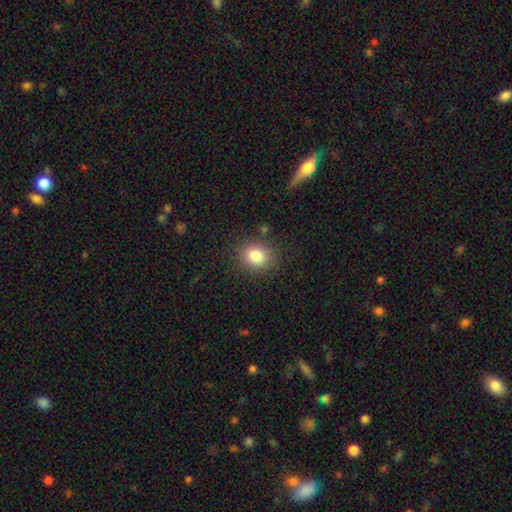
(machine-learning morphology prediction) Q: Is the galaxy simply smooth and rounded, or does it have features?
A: smooth — 83%.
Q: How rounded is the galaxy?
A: round — 71%.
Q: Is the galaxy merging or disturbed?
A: none — 85%.